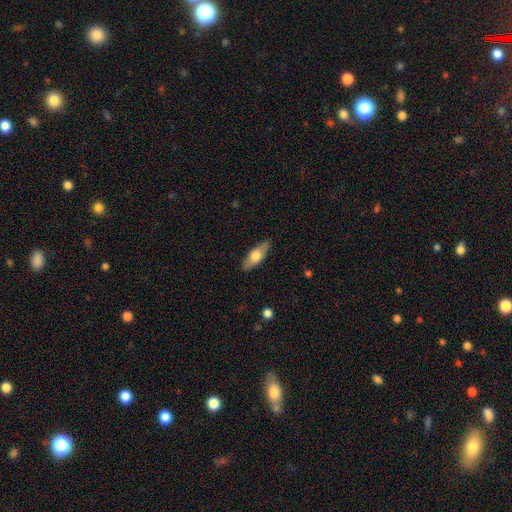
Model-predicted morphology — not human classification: This appears to be a smooth galaxy with no disk features (56%) that is in between round and cigar-shaped (65%). Merging: none (85%).